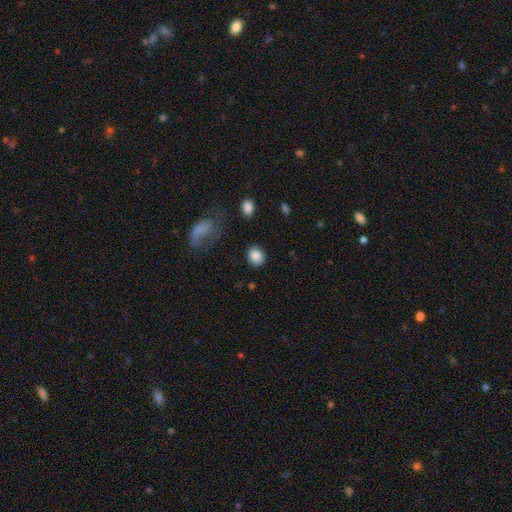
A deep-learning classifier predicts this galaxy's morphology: This is clearly a smooth galaxy (86%). How rounded: likely round (71%). Merging: clearly none (84%).